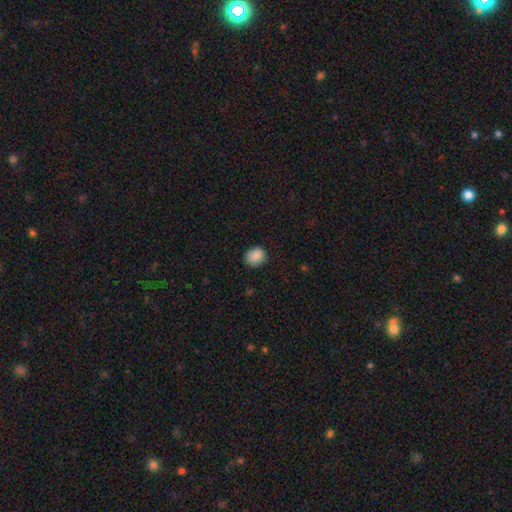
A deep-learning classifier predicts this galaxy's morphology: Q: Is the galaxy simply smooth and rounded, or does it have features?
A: smooth — 89%.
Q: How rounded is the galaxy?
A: round — 62%.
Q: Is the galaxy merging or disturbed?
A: none — 82%.